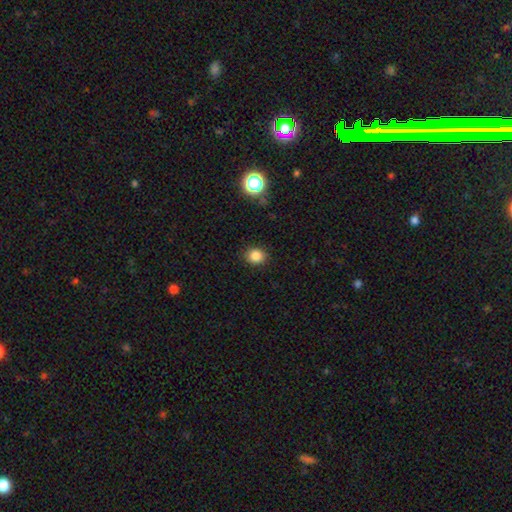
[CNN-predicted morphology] Smooth or featured? Predicted: smooth (p=0.83). How rounded? Predicted: round (p=0.71). Merging? Predicted: none (p=0.88).